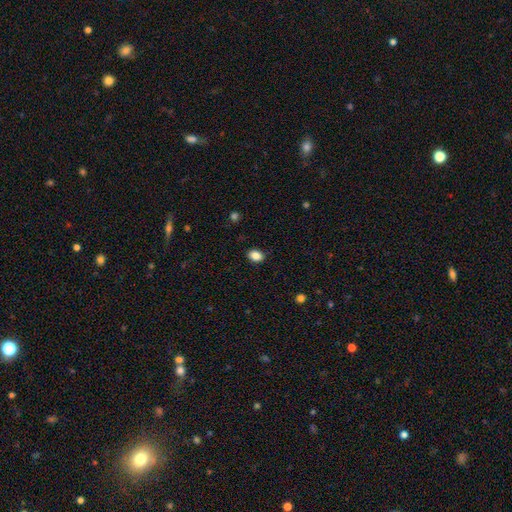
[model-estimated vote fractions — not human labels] This is clearly a smooth galaxy (87%). How rounded: likely in between (74%). Merging: clearly none (87%).